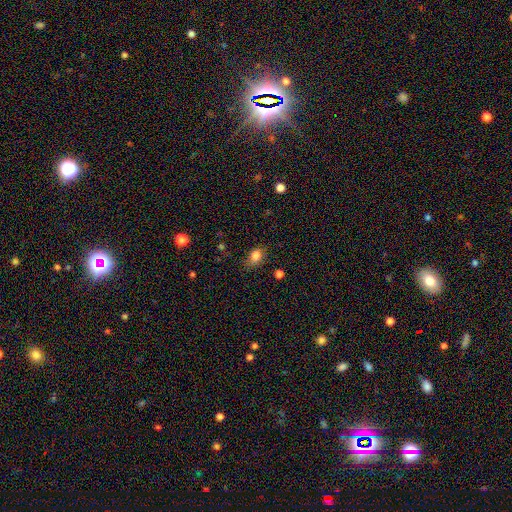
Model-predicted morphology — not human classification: smooth-or-featured: smooth: 83% | star or artifact: 11% | featured or disk: 6%
  how-rounded: in between: 71% | round: 28% | cigar-shaped: 1%
  merging: none: 71% | minor disturbance: 22% | major disturbance: 6% | merger: 2%